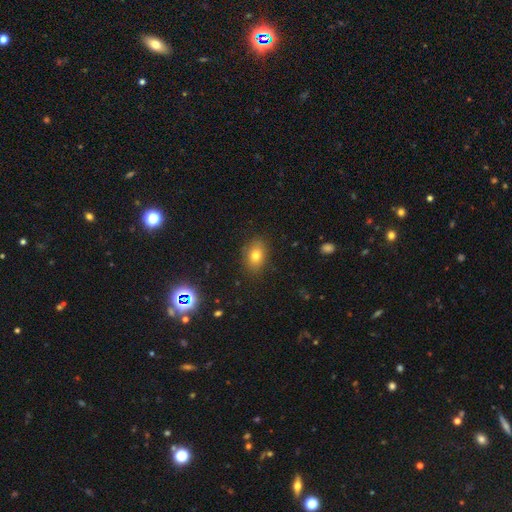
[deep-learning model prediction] smooth_or_featured: smooth (p=0.76) [alt: star or artifact p=0.13]
how_rounded: in between (p=0.72) [alt: round p=0.26]
merging: none (p=0.85) [alt: minor disturbance p=0.11]